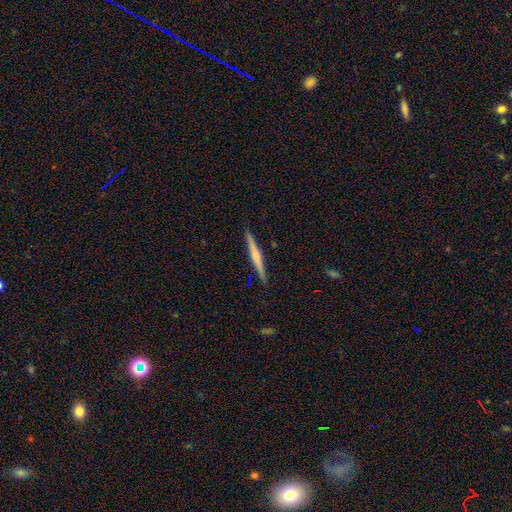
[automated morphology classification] Smooth or featured? featured or disk (55%)
Edge-on disk? yes (98%)
Edge-on bulge? rounded (47%)
Merging? none (91%)